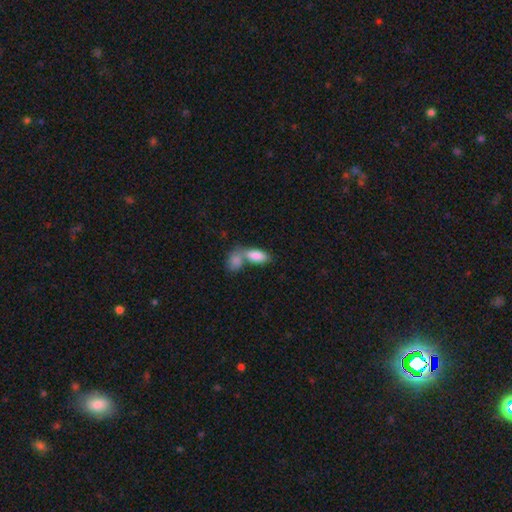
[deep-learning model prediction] Overall: smooth (85%). How rounded: in between (89%). Merging: merger (56%; none 31%).